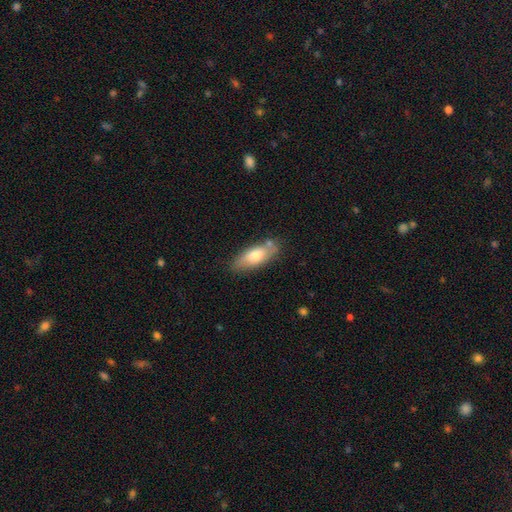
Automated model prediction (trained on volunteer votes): A smooth galaxy with no disk features (70%) that is in between round and cigar-shaped (74%).

Vote fractions:
- Smooth or featured? smooth: 70% / featured or disk: 24% / star or artifact: 7%
- How rounded? in between: 74% / cigar-shaped: 24% / round: 3%
- Merging? none: 74% / minor disturbance: 17% / merger: 6% / major disturbance: 3%